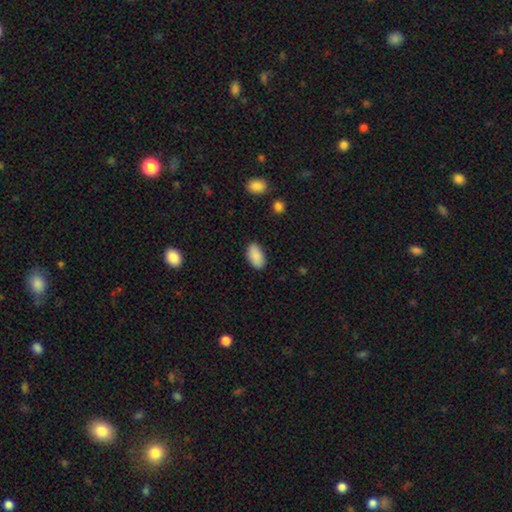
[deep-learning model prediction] A smooth galaxy with no disk features (88%) that is in between round and cigar-shaped (94%). Merging: none (86%).